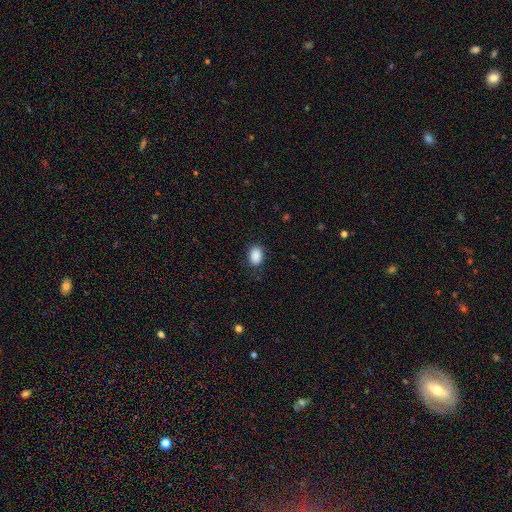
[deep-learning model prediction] A smooth galaxy with no disk features (90%) that is in between round and cigar-shaped (80%).

Vote fractions:
- Smooth or featured? smooth: 90% / star or artifact: 8% / featured or disk: 3%
- How rounded? in between: 80% / round: 19% / cigar-shaped: 1%
- Merging? none: 85% / minor disturbance: 11% / major disturbance: 3% / merger: 1%